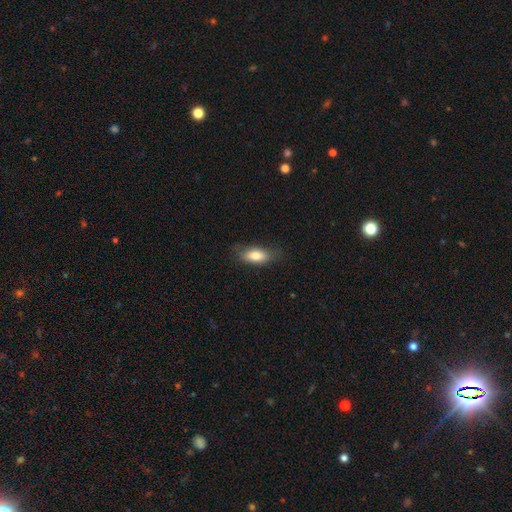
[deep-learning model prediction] Q: Smooth or featured?
A: smooth (78%); runner-up: featured or disk (14%)
Q: How rounded?
A: in between (79%); runner-up: cigar-shaped (17%)
Q: Merging?
A: none (73%); runner-up: minor disturbance (20%)